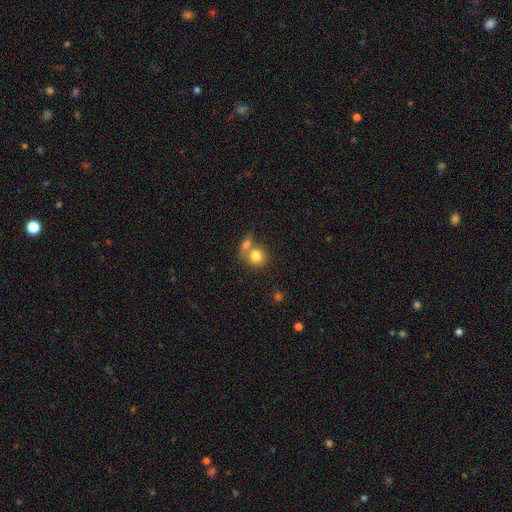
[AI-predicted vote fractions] Morphology: type=smooth (80%); roundness=round (80%); merging=merger (44%).